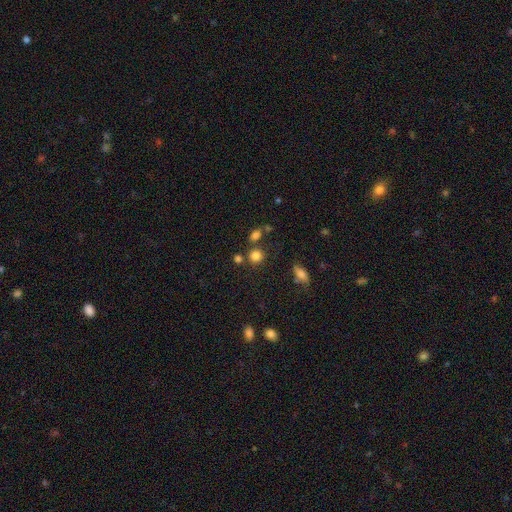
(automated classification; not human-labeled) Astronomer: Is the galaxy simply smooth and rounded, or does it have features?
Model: smooth — 81%.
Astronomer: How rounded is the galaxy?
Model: round — 83%.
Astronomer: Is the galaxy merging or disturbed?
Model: none — 72%.